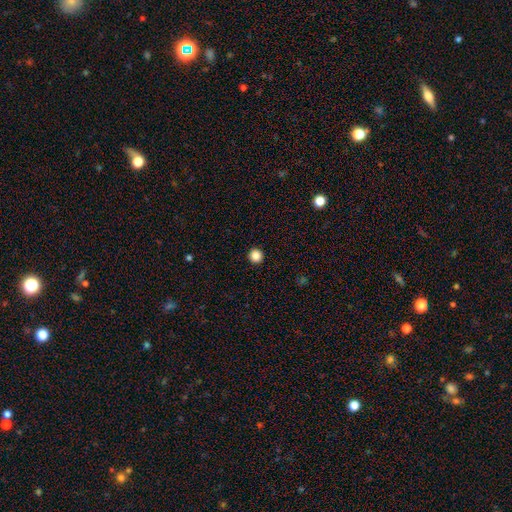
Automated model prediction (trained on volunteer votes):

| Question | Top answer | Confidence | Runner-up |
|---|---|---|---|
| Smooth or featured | smooth | 86% | star or artifact (11%) |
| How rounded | round | 96% | in between (3%) |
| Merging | none | 94% | minor disturbance (4%) |